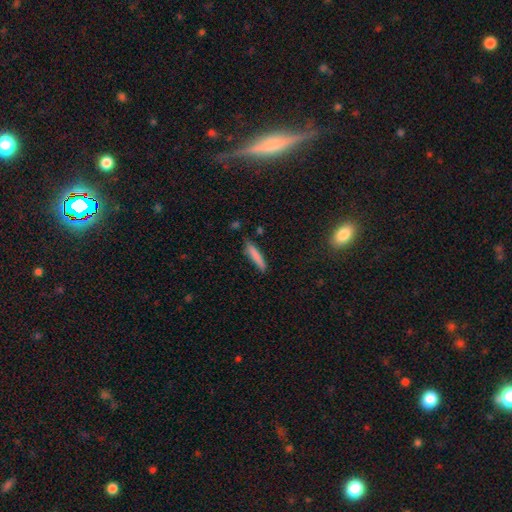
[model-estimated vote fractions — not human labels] This is clearly a smooth galaxy (82%). How rounded: clearly cigar-shaped (87%). Merging: likely none (77%).